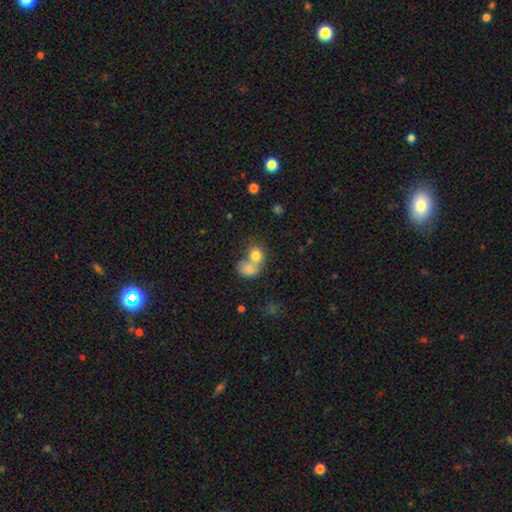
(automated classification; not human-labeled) Q: Smooth or featured?
A: smooth (78%); runner-up: featured or disk (12%)
Q: How rounded?
A: round (62%); runner-up: in between (37%)
Q: Merging?
A: merger (63%); runner-up: none (27%)